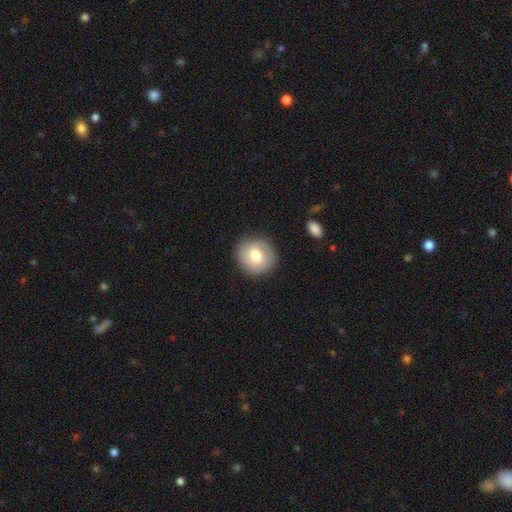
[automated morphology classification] smooth_or_featured: smooth (p=0.72) [alt: featured or disk p=0.20]
how_rounded: round (p=0.89) [alt: in between p=0.10]
merging: none (p=0.86) [alt: minor disturbance p=0.10]